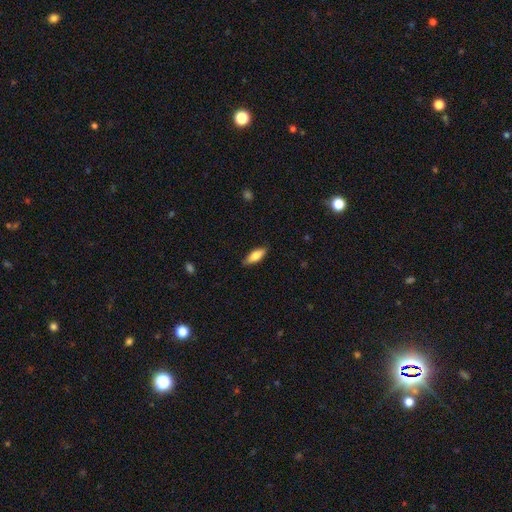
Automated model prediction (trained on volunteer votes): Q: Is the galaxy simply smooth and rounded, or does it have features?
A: smooth — 79%.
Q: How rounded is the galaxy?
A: in between — 67%.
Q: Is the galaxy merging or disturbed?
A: none — 87%.